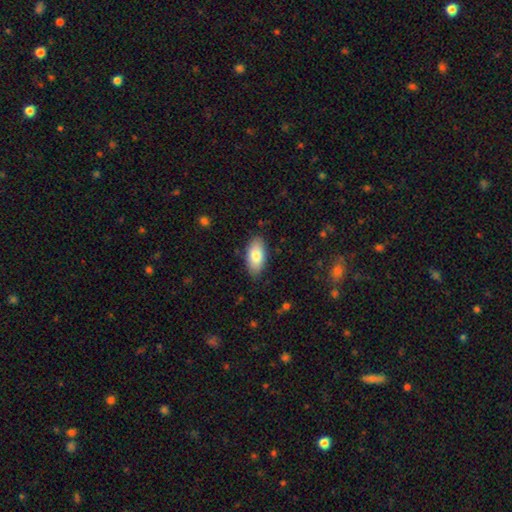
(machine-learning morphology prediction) Overall: smooth (82%). How rounded: in between (93%). Merging: none (84%).